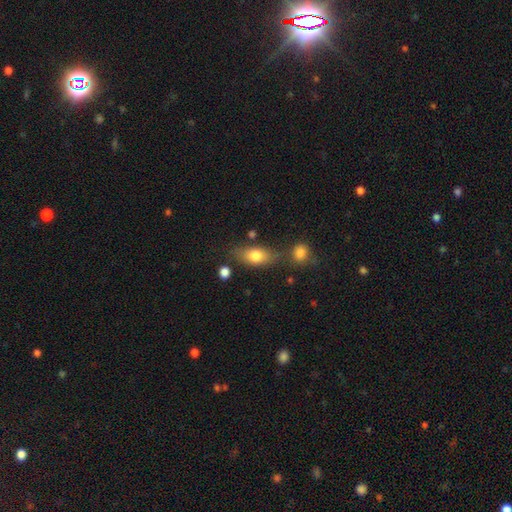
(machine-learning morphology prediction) The model was most divided on "merging": none: 65%, minor disturbance: 17%, merger: 12%, major disturbance: 6%. More confident: how rounded — in between (82%); smooth or featured — smooth (76%).